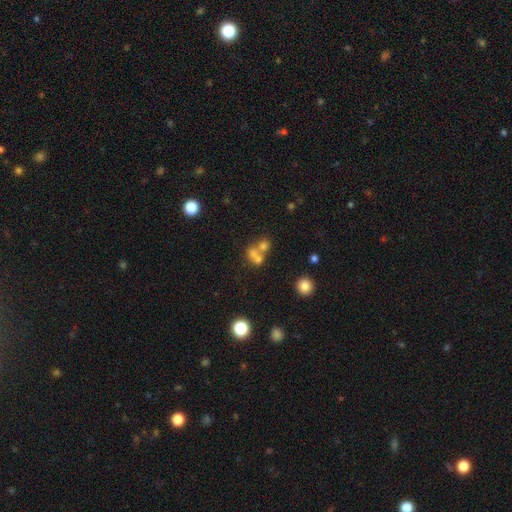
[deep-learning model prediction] This appears to be a smooth galaxy with no disk features (59%) that is round (66%). Merging: merger (61%).